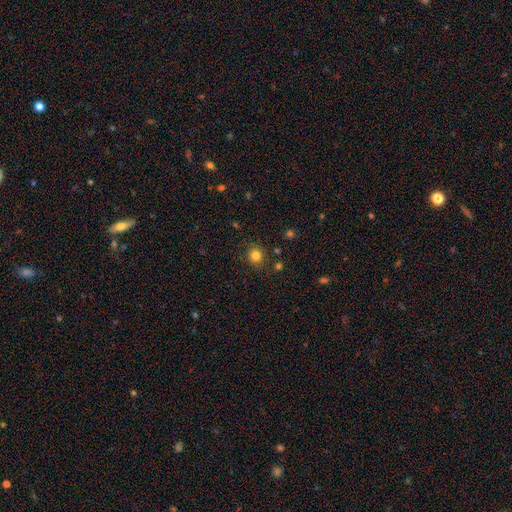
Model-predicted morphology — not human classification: This appears to be a smooth galaxy with no disk features (81%) that is round (88%). Merging: none (85%).